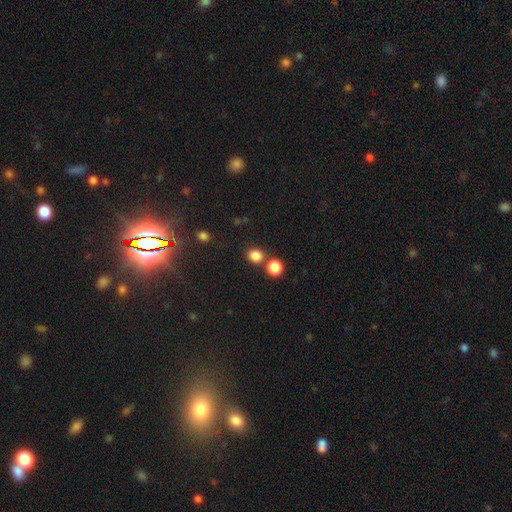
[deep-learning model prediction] Smooth or featured? Predicted: smooth (p=0.84). How rounded? Predicted: round (p=0.75). Merging? Predicted: none (p=0.68).